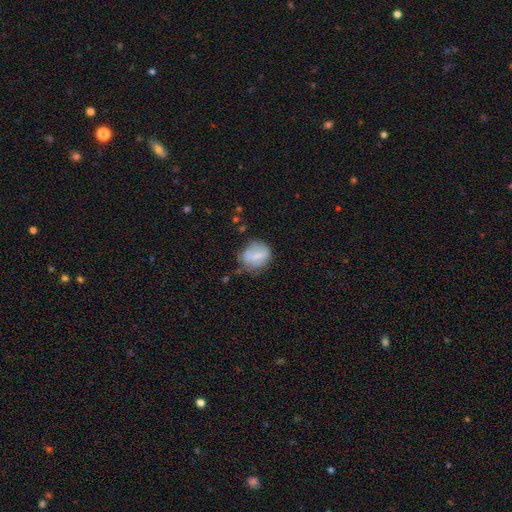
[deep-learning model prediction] Smooth or featured? Predicted: smooth (p=0.66). How rounded? Predicted: round (p=0.62). Merging? Predicted: none (p=0.55).